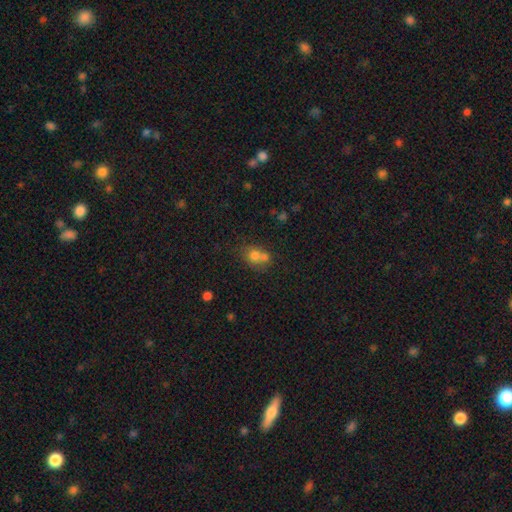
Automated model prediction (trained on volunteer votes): smooth_or_featured: smooth (p=0.72) [alt: star or artifact p=0.14]
how_rounded: round (p=0.67) [alt: in between p=0.31]
merging: merger (p=0.50) [alt: none p=0.37]